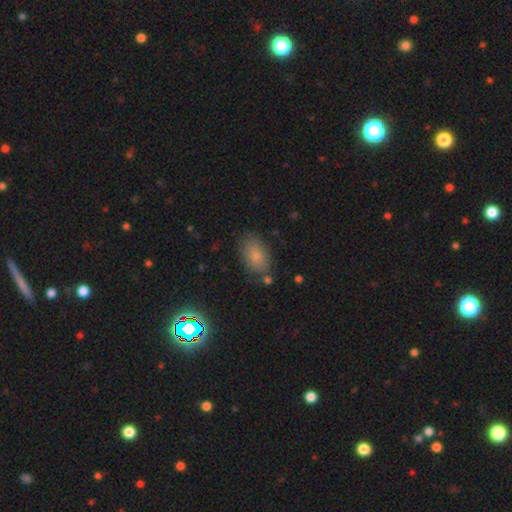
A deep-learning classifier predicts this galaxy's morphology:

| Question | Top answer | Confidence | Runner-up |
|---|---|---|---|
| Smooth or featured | smooth | 76% | star or artifact (12%) |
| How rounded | in between | 88% | round (10%) |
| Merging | none | 76% | minor disturbance (15%) |